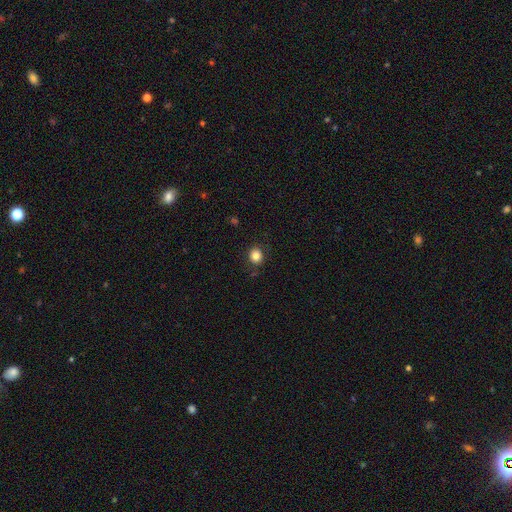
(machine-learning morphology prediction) smooth 83%, star or artifact 11%, featured or disk 6%. Down the decision tree: how rounded — round (78%); merging — none (87%).